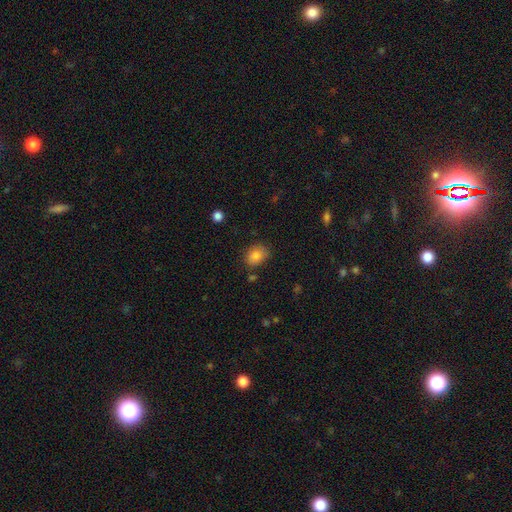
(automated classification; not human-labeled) Smooth or featured: smooth — 84% (star or artifact — 9%)
How rounded: in between — 60% (round — 39%)
Merging: none — 76% (minor disturbance — 17%)